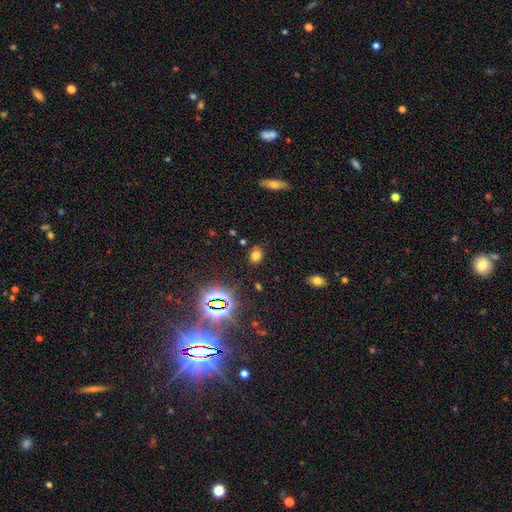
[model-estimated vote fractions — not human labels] A smooth galaxy with no disk features (66%) that is round (62%). Merging: none (82%).